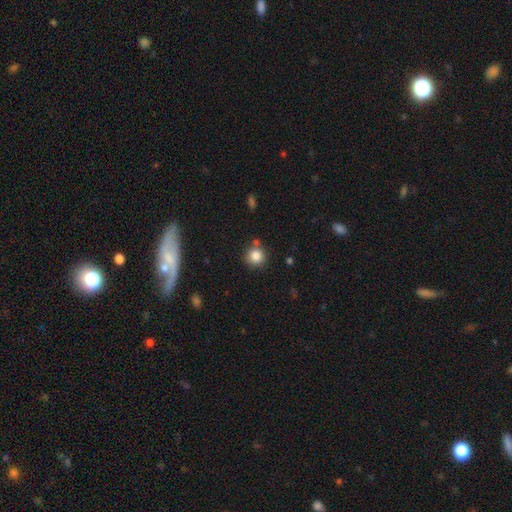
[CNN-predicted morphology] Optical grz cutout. It shows a smooth galaxy with no disk features (83%) that is round (92%). Merging: none (79%).